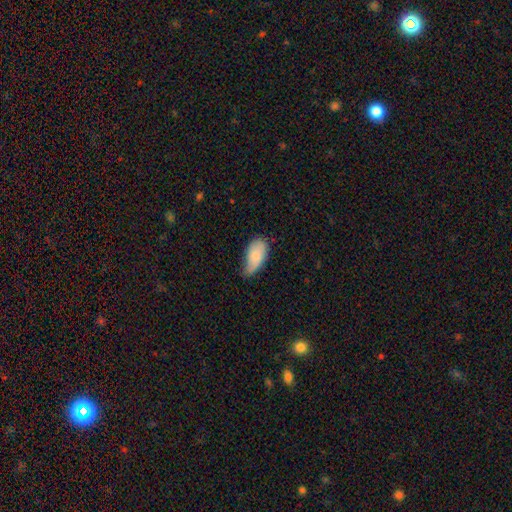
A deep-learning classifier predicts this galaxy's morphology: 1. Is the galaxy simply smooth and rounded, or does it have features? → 80% smooth, 13% featured or disk, 6% star or artifact.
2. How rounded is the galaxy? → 93% in between, 4% cigar-shaped, 3% round.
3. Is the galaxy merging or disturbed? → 49% minor disturbance, 38% none, 11% major disturbance, 2% merger.